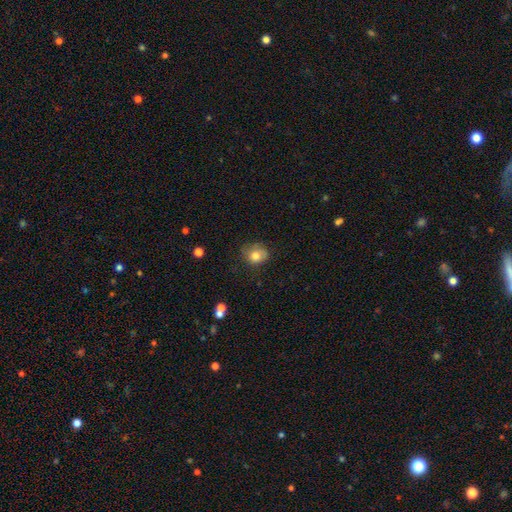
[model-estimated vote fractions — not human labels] Morphology: type=smooth (77%); roundness=round (63%); merging=none (58%).